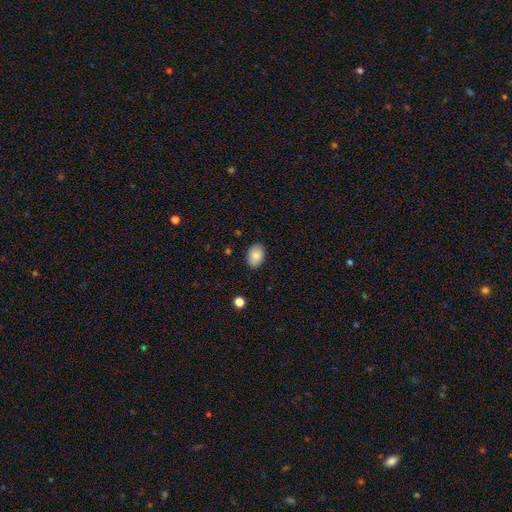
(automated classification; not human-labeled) smooth 86%, star or artifact 7%, featured or disk 7%. Down the decision tree: how rounded — in between (81%); merging — none (86%).